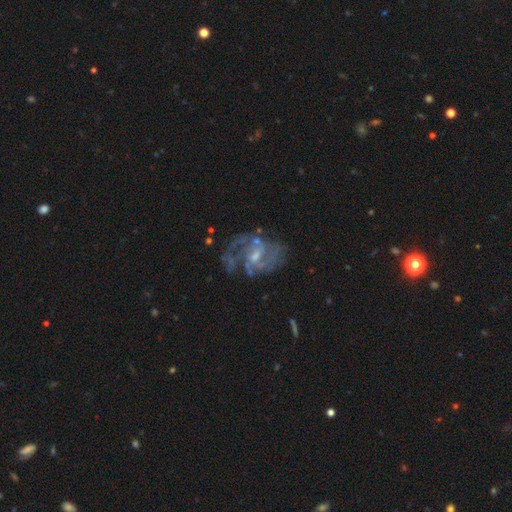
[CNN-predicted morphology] Smooth or featured: featured or disk — 82% (star or artifact — 9%)
Edge-on disk: no — 97% (yes — 3%)
Bar: weak — 53% (no — 35%)
Spiral arms: yes — 86% (no — 14%)
Spiral winding: medium — 49% (tight — 27%)
Spiral arm count: 2 — 33% (can't tell — 29%)
Bulge size: small — 49% (moderate — 38%)
Merging: none — 57% (major disturbance — 20%)